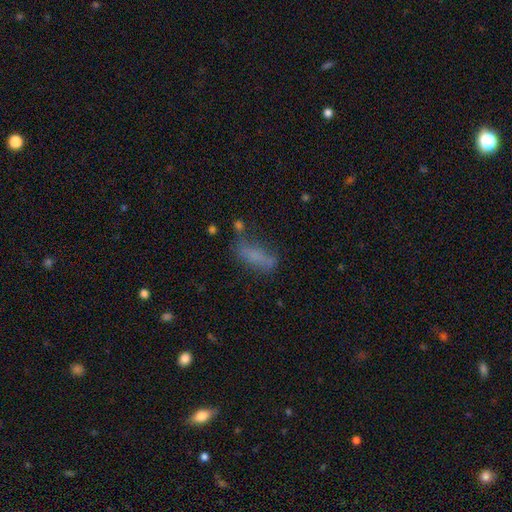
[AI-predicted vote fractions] Morphology: type=smooth (64%); roundness=in between (53%); merging=none (46%).